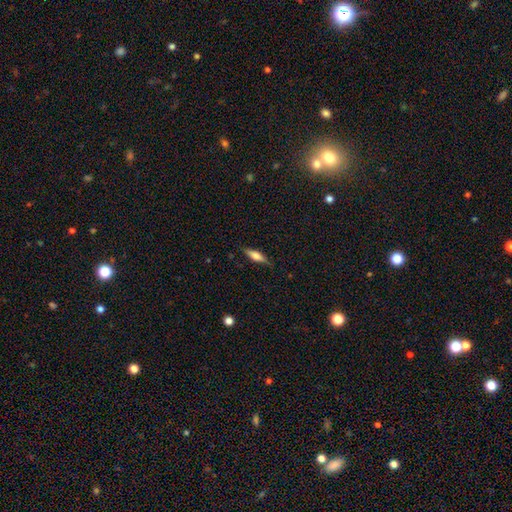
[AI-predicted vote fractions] Morphology: type=smooth (50%); merging=none (83%).